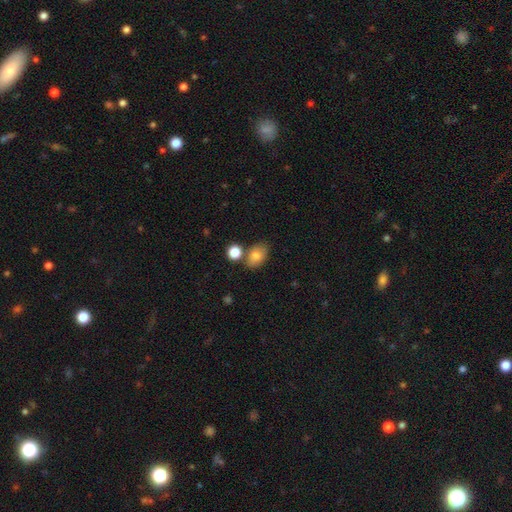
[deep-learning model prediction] smooth_or_featured: smooth (p=0.80) [alt: featured or disk p=0.11]
how_rounded: in between (p=0.81) [alt: round p=0.18]
merging: none (p=0.68) [alt: minor disturbance p=0.14]